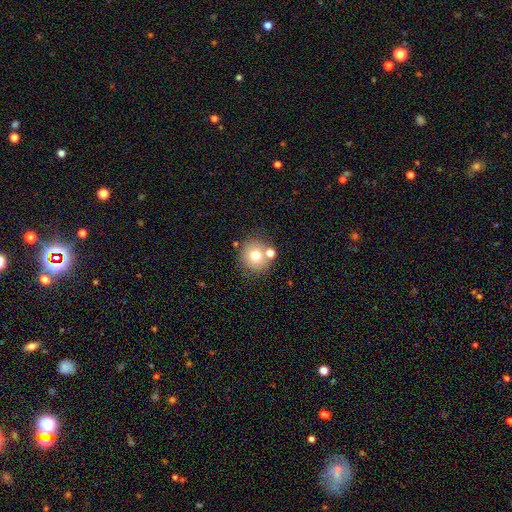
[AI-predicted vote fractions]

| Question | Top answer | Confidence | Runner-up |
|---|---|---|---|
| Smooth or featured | smooth | 72% | featured or disk (15%) |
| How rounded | round | 91% | in between (9%) |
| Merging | none | 73% | merger (15%) |